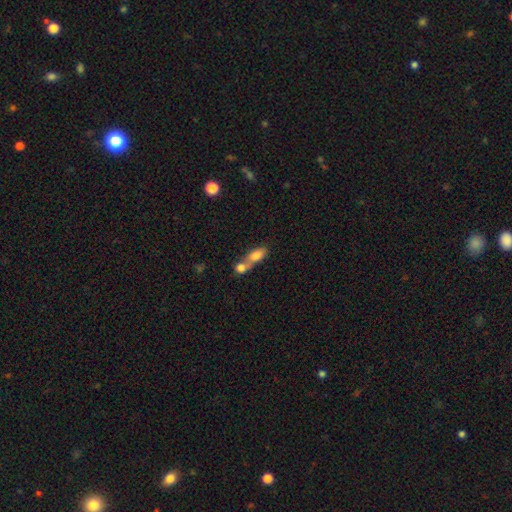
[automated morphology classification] Smooth or featured: smooth — 77% (featured or disk — 14%)
How rounded: in between — 76% (round — 12%)
Merging: merger — 72% (none — 18%)